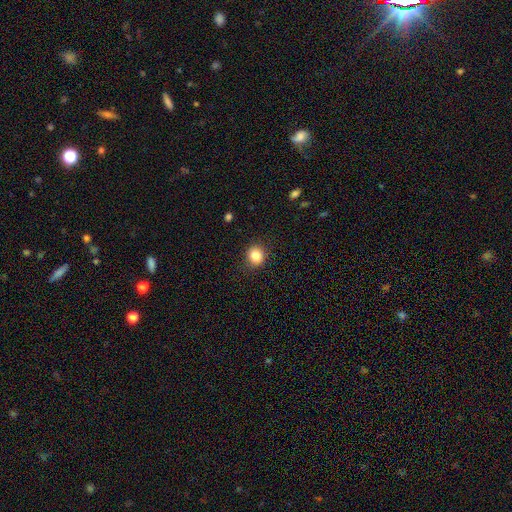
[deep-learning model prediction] The model was most divided on "how rounded": round: 82%, in between: 17%, cigar-shaped: 1%. More confident: merging — none (87%); smooth or featured — smooth (85%).